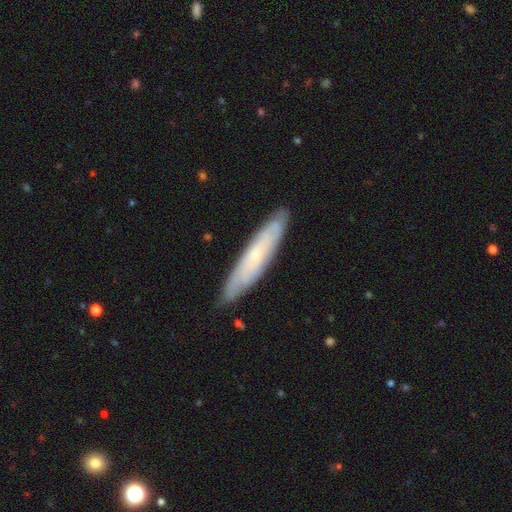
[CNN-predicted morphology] This appears to be a featured or disk galaxy (54%) viewed edge-on (54%). Merging: none (85%).